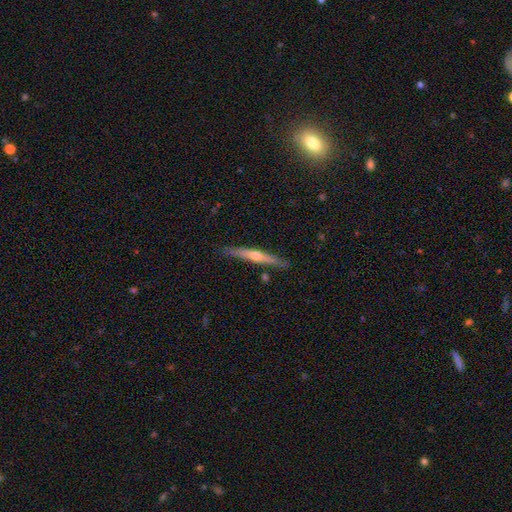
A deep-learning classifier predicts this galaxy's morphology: type=featured or disk (64%); edge-on=yes (97%); edge-on bulge=rounded (81%); merging=none (85%).